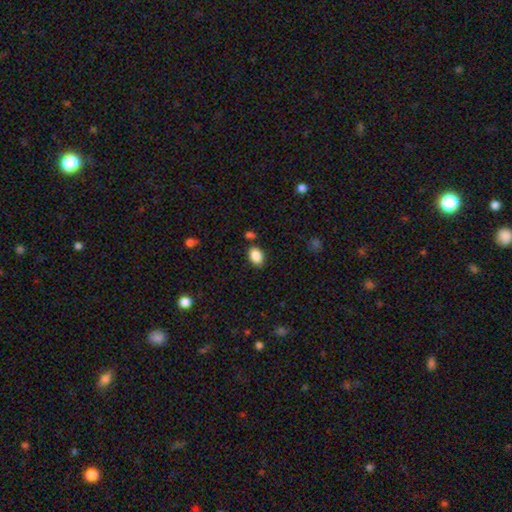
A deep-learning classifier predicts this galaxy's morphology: The model was most divided on "how rounded": in between: 79%, round: 20%, cigar-shaped: 1%. More confident: smooth or featured — smooth (87%); merging — none (78%).